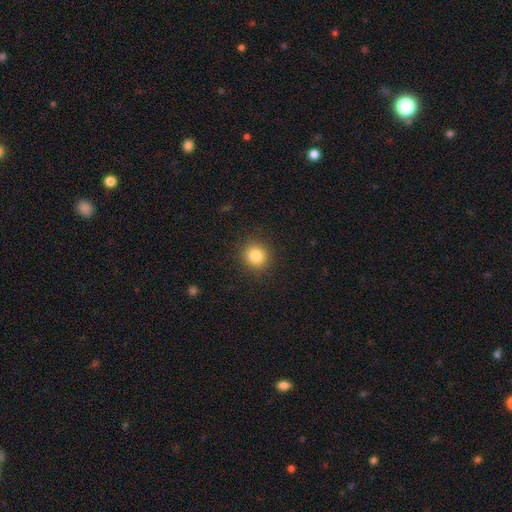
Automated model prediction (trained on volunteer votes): smooth 82%, star or artifact 11%, featured or disk 6%. Down the decision tree: how rounded — round (90%); merging — none (91%).